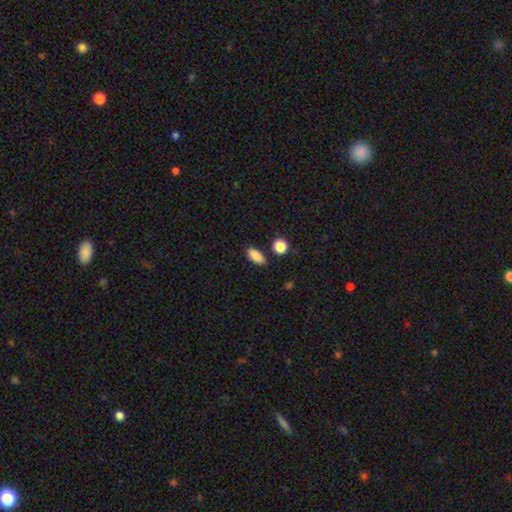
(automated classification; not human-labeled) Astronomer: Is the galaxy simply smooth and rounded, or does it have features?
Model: smooth — 87%.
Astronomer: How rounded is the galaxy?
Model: in between — 85%.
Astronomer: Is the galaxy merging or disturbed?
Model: none — 84%.